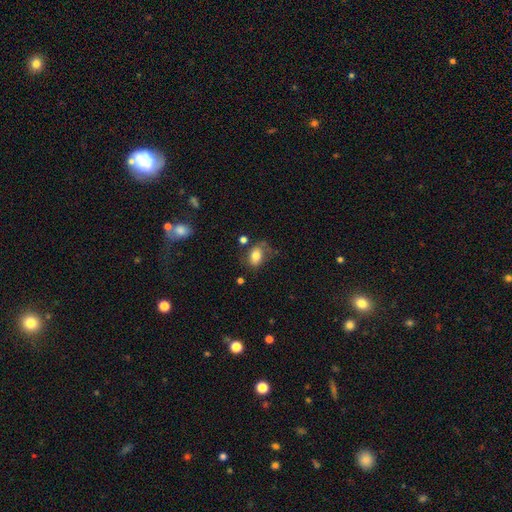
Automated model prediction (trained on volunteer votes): smooth_or_featured: smooth (p=0.75) [alt: featured or disk p=0.16]
how_rounded: in between (p=0.77) [alt: round p=0.22]
merging: none (p=0.53) [alt: minor disturbance p=0.27]